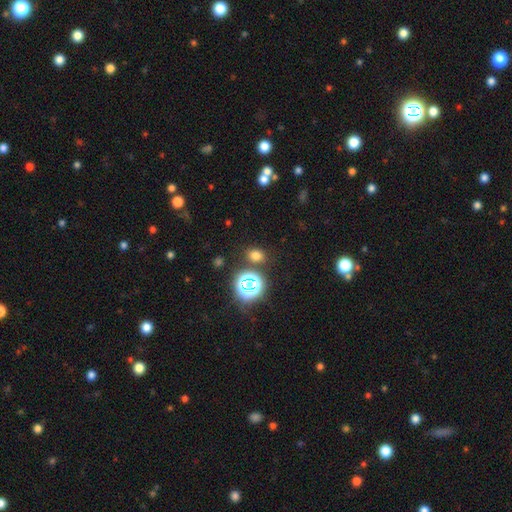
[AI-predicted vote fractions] A smooth galaxy with no disk features (66%) that is in between round and cigar-shaped (54%). Merging: none (82%).